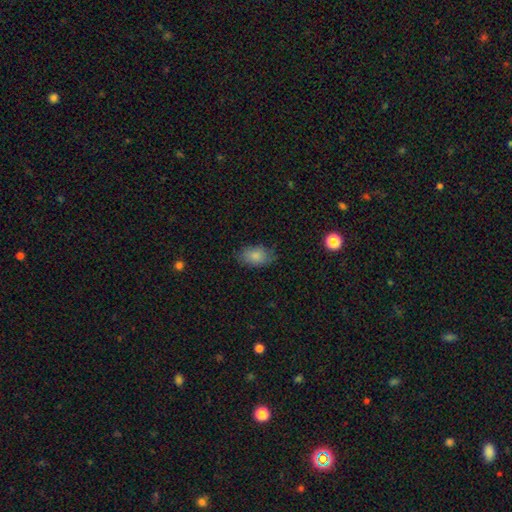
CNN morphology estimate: A smooth galaxy with no disk features (82%) that is in between round and cigar-shaped (89%).

Vote fractions:
- Smooth or featured? smooth: 82% / featured or disk: 10% / star or artifact: 8%
- How rounded? in between: 89% / round: 9% / cigar-shaped: 2%
- Merging? none: 73% / minor disturbance: 21% / major disturbance: 5% / merger: 1%